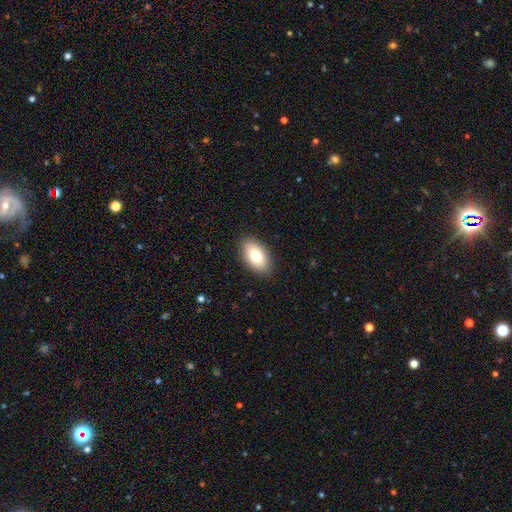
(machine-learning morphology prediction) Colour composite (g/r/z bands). It shows a smooth galaxy with no disk features (77%) that is in between round and cigar-shaped (93%). Merging: none (88%).